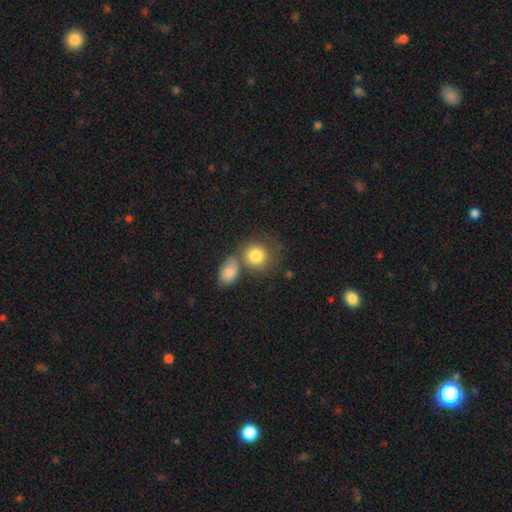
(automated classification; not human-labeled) Overall: smooth (82%). How rounded: round (78%). Merging: none (48%; merger 30%).